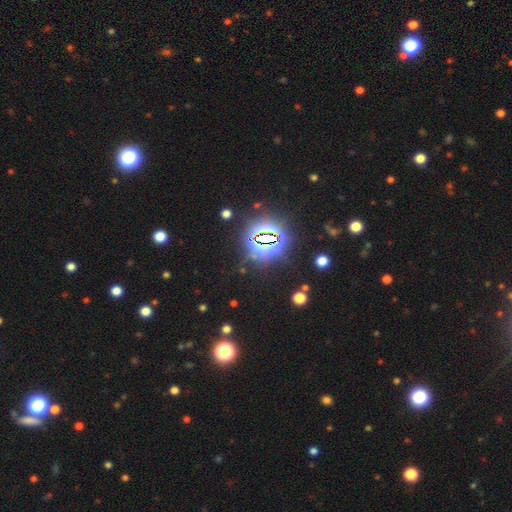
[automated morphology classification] type=star or artifact (82%).